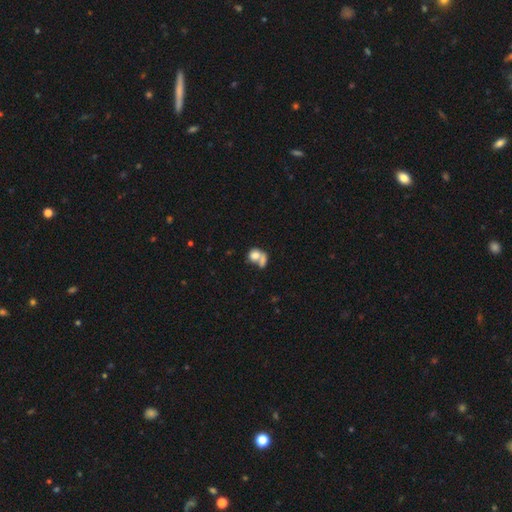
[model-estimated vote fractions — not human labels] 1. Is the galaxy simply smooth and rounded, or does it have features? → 71% smooth, 19% featured or disk, 9% star or artifact.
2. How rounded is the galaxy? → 59% round, 39% in between, 2% cigar-shaped.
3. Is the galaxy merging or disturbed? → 55% merger, 25% none, 12% major disturbance, 9% minor disturbance.